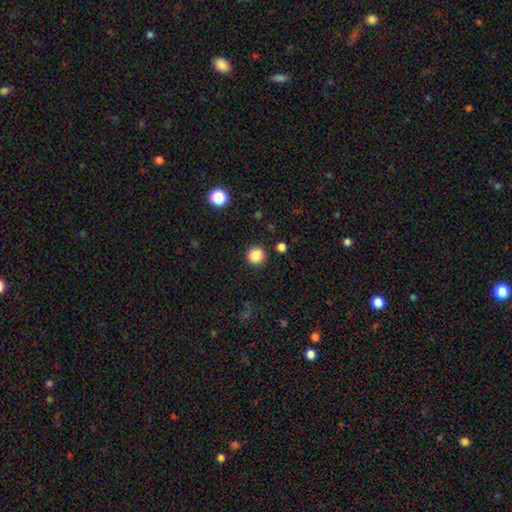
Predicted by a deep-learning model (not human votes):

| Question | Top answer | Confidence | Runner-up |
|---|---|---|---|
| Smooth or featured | smooth | 87% | star or artifact (10%) |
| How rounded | round | 95% | in between (4%) |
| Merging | none | 92% | minor disturbance (5%) |